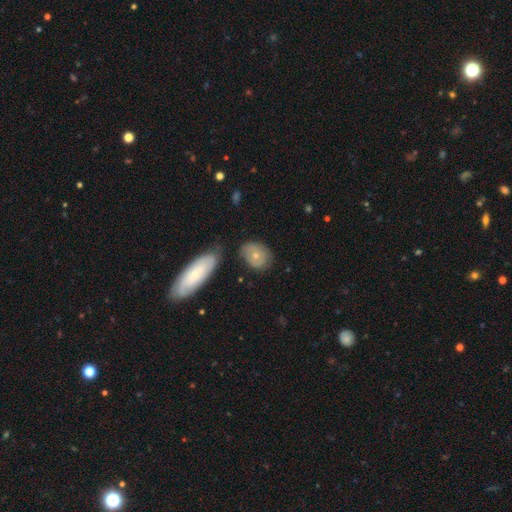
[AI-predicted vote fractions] Q: Smooth or featured?
A: smooth (58%); runner-up: featured or disk (35%)
Q: How rounded?
A: in between (62%); runner-up: round (36%)
Q: Merging?
A: none (61%); runner-up: minor disturbance (23%)